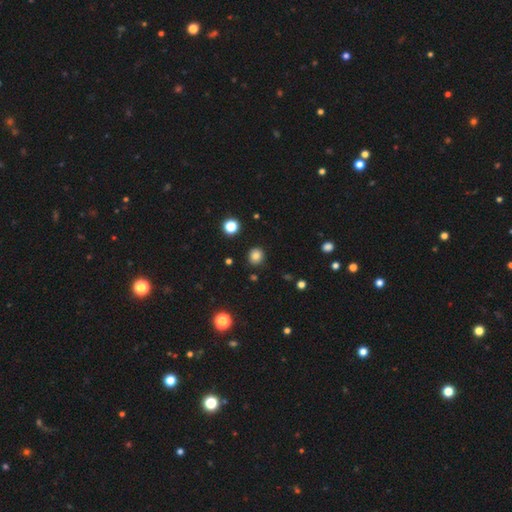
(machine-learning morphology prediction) This appears to be a smooth galaxy with no disk features (82%) that is round (88%). Merging: none (89%).